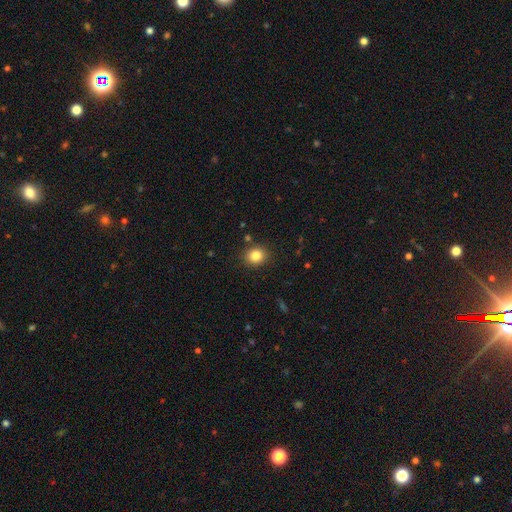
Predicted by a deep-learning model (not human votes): smooth 83%, star or artifact 11%, featured or disk 6%. Down the decision tree: how rounded — round (70%); merging — none (88%).